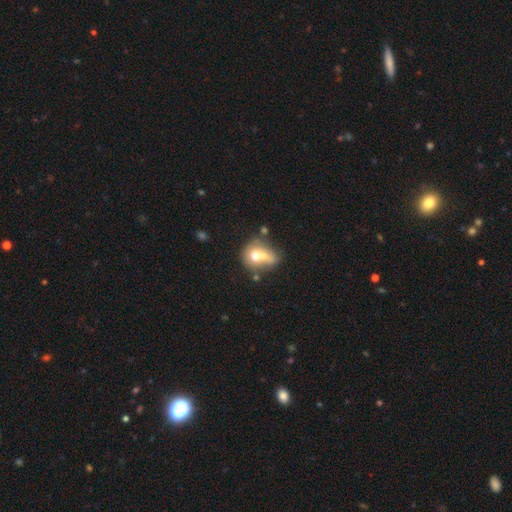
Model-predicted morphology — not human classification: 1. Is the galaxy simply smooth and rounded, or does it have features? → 63% smooth, 27% featured or disk, 10% star or artifact.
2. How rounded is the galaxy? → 64% round, 35% in between, 1% cigar-shaped.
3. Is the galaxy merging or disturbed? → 52% merger, 23% none, 14% minor disturbance, 11% major disturbance.